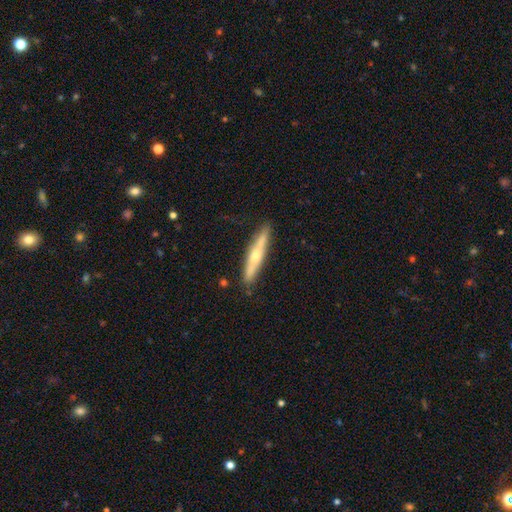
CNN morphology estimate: Q: Smooth or featured?
A: featured or disk (55%); runner-up: smooth (39%)
Q: Edge-on disk?
A: yes (90%); runner-up: no (10%)
Q: Merging?
A: none (86%); runner-up: minor disturbance (10%)